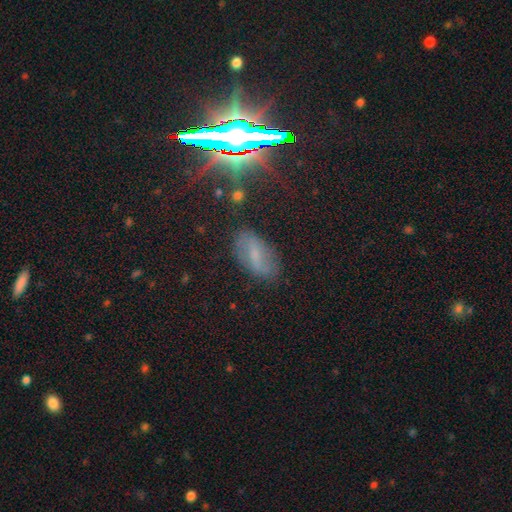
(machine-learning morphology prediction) featured or disk 40%, smooth 30%, star or artifact 30%. Down the decision tree: merging — none (76%).